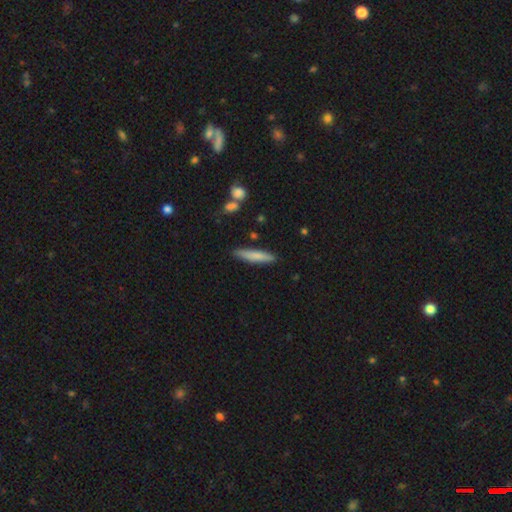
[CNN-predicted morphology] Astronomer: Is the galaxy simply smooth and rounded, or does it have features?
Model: smooth — 75%.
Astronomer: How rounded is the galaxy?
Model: cigar-shaped — 88%.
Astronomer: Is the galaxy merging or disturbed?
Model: none — 86%.